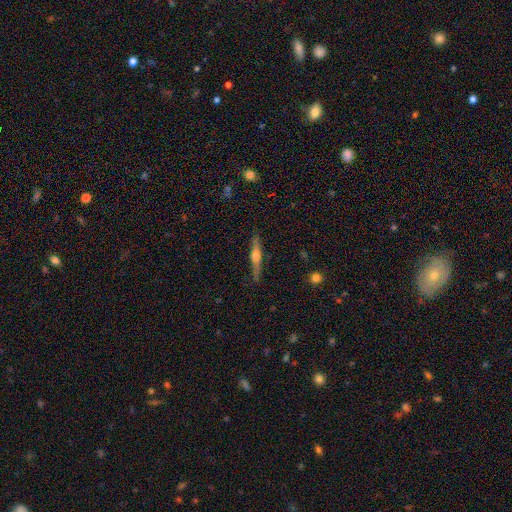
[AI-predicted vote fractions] A featured or disk galaxy (63%) viewed edge-on (97%) with a rounded central bulge (82%).

Vote fractions:
- Smooth or featured? featured or disk: 63% / smooth: 30% / star or artifact: 7%
- Edge-on disk? yes: 97% / no: 3%
- Edge-on bulge? rounded: 82% / boxy: 11% / none: 7%
- Merging? none: 86% / minor disturbance: 11% / major disturbance: 2% / merger: 1%